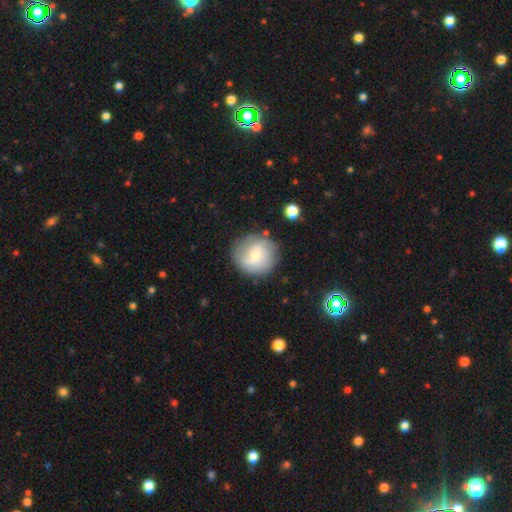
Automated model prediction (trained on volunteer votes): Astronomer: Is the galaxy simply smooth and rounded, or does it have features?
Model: featured or disk — 47% (runner-up: smooth, 46%).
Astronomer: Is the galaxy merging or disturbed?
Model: none — 78%.